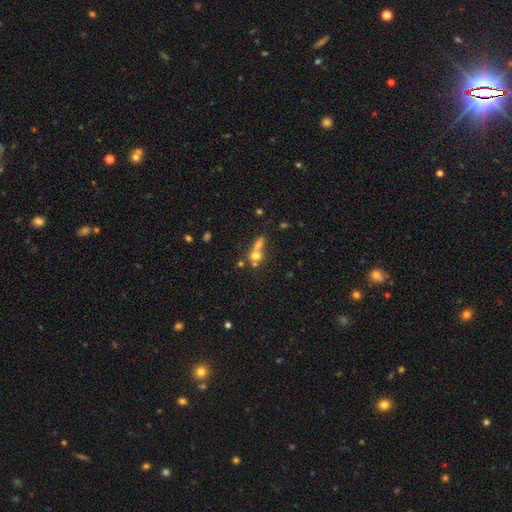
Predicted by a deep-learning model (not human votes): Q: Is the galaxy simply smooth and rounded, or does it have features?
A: smooth — 62%.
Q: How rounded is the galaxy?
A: round — 67%.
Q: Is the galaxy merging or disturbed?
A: merger — 62%.